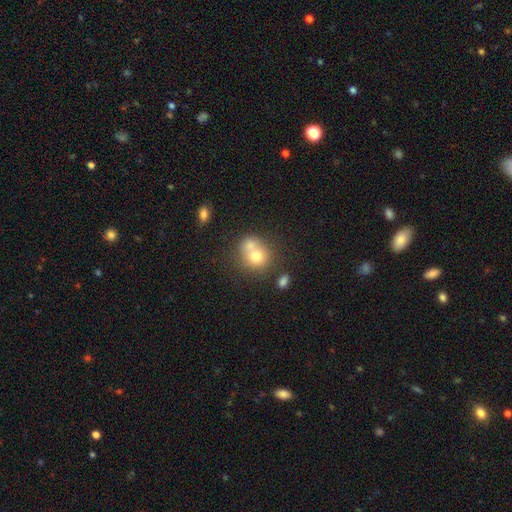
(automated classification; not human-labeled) smooth_or_featured: smooth (p=0.69) [alt: featured or disk p=0.20]
how_rounded: round (p=0.77) [alt: in between p=0.22]
merging: merger (p=0.51) [alt: none p=0.35]